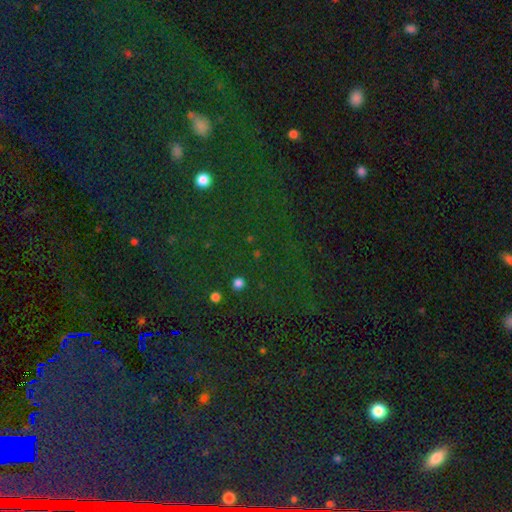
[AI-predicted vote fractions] Overall: star or artifact (77%).